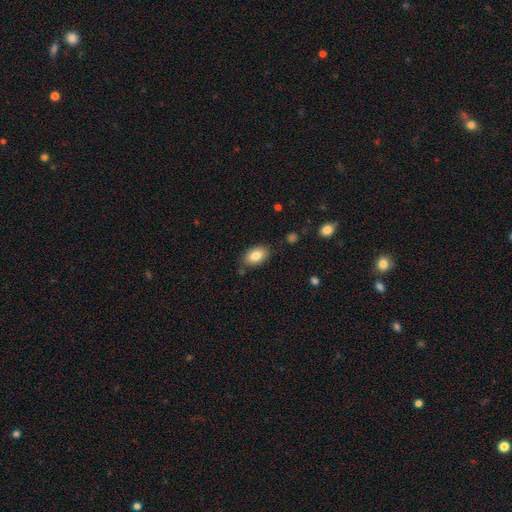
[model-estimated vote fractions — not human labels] Smooth or featured?
  - smooth: 82% *
  - featured or disk: 10%
  - star or artifact: 8%
How rounded?
  - in between: 90% *
  - round: 9%
  - cigar-shaped: 1%
Merging?
  - none: 82% *
  - minor disturbance: 13%
  - major disturbance: 3%
  - merger: 3%